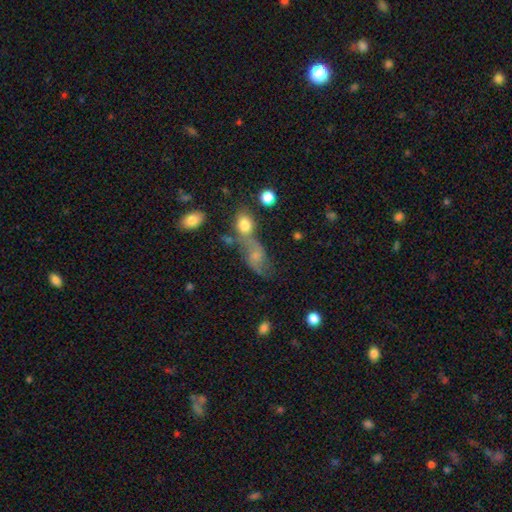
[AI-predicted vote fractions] Morphology: type=smooth (44%); merging=merger (42%).